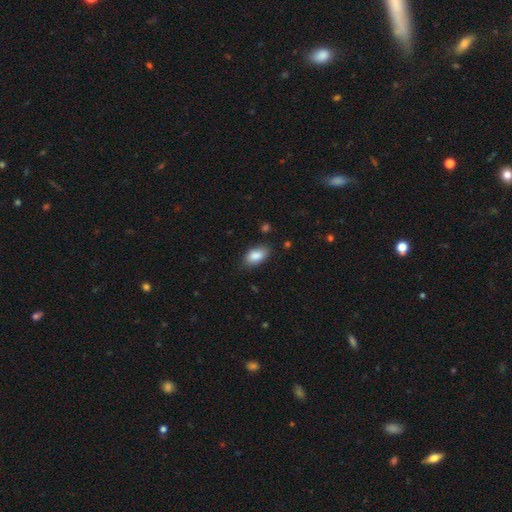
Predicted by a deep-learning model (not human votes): Smooth or featured? Predicted: smooth (p=0.88). How rounded? Predicted: in between (p=0.93). Merging? Predicted: none (p=0.80).